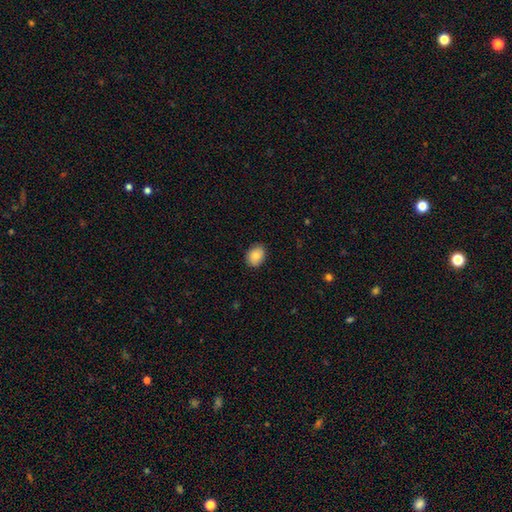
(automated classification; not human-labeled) Smooth or featured: smooth — 86% (star or artifact — 7%)
How rounded: in between — 61% (round — 38%)
Merging: none — 87% (minor disturbance — 10%)